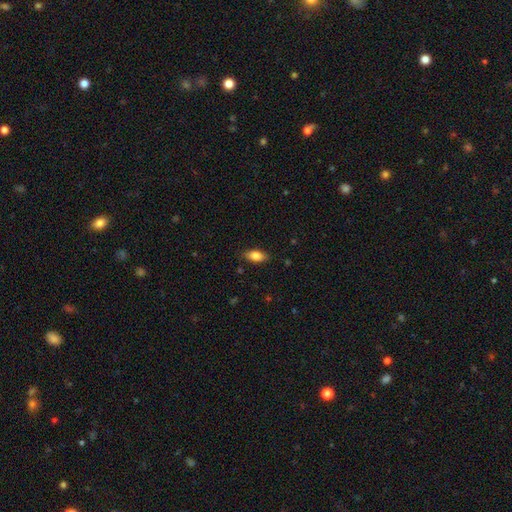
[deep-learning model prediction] The model was most divided on "smooth or featured": smooth: 81%, featured or disk: 11%, star or artifact: 7%. More confident: how rounded — in between (87%); merging — none (85%).